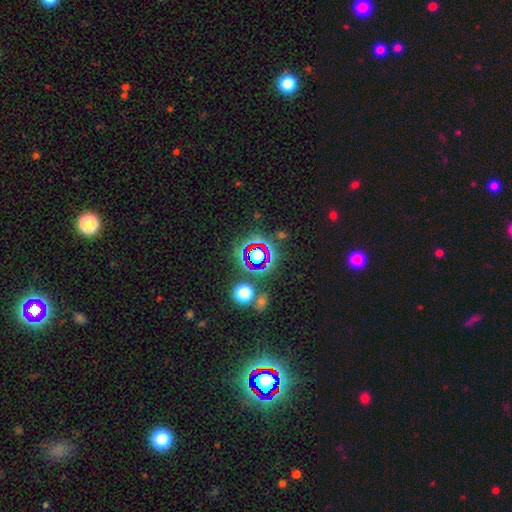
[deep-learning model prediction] Smooth or featured?
  - star or artifact: 63% *
  - smooth: 24%
  - featured or disk: 13%